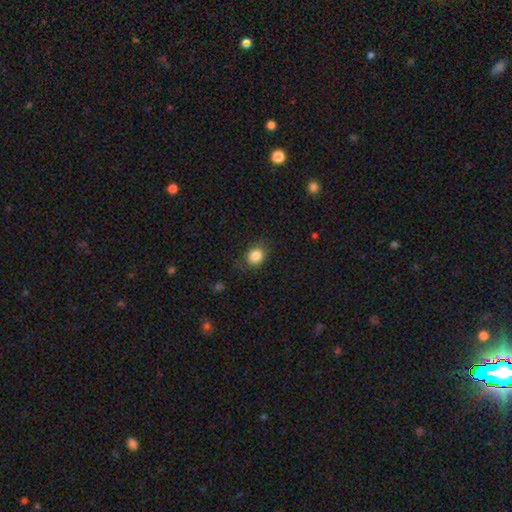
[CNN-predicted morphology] Smooth or featured: smooth — 85% (star or artifact — 10%)
How rounded: round — 65% (in between — 34%)
Merging: none — 84% (minor disturbance — 12%)